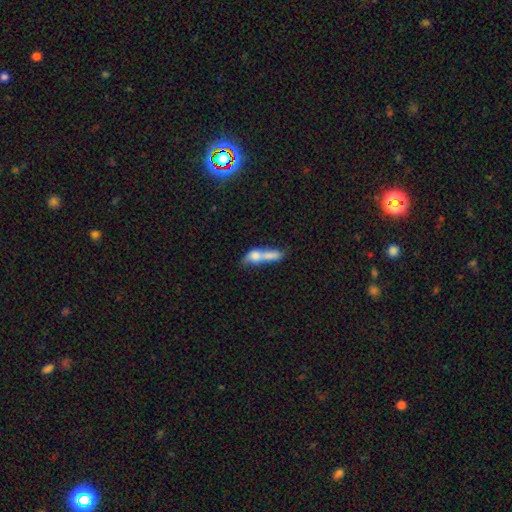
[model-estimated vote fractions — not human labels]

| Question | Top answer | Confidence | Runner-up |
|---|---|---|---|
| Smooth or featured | smooth | 63% | featured or disk (28%) |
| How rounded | in between | 49% | cigar-shaped (42%) |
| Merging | merger | 64% | none (16%) |